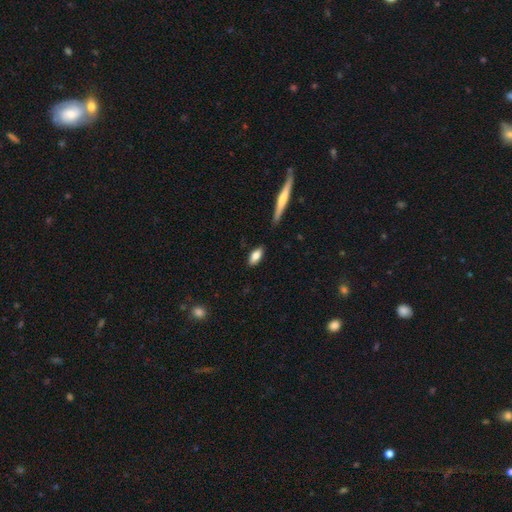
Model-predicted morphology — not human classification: type=smooth (80%); roundness=in between (84%); merging=none (86%).